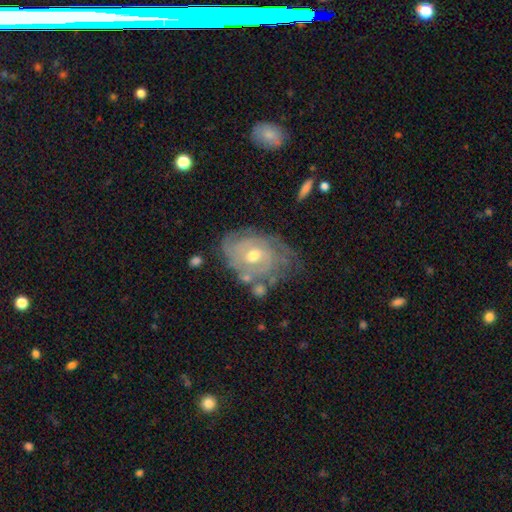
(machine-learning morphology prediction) Smooth or featured? featured or disk (79%)
Edge-on disk? no (96%)
Bar? no (68%)
Spiral arms? yes (90%)
Spiral winding? tight (75%)
Spiral arm count? can't tell (46%)
Bulge size? moderate (60%)
Merging? none (67%)